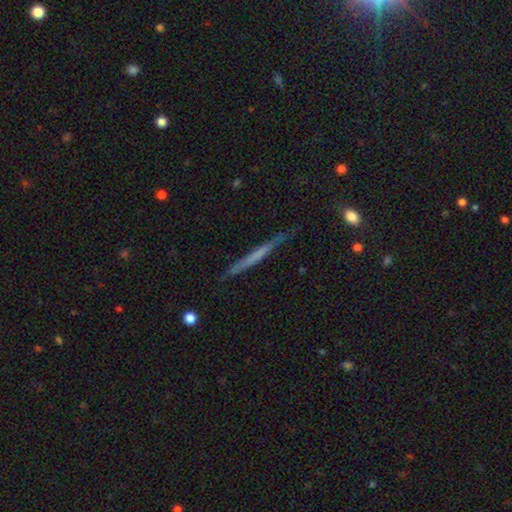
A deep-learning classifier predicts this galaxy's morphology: The model was most divided on "smooth or featured": featured or disk: 51%, smooth: 42%, star or artifact: 7%. More confident: edge-on disk — yes (96%); merging — none (84%).